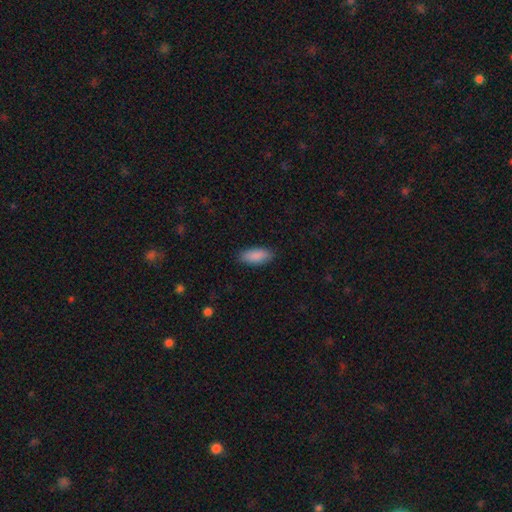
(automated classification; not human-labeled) Overall: smooth (90%). How rounded: in between (84%). Merging: none (88%).